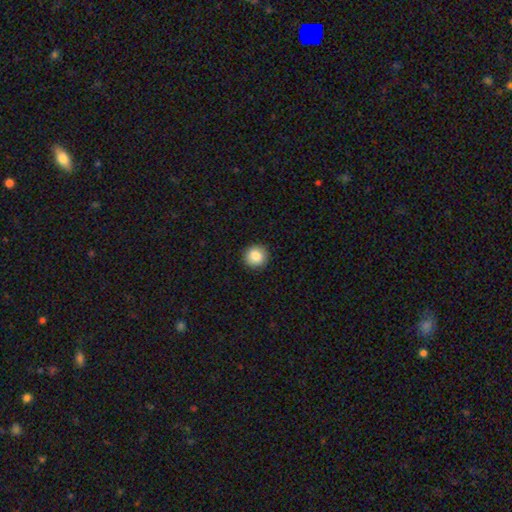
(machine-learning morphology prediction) The model was most divided on "smooth or featured": smooth: 86%, star or artifact: 9%, featured or disk: 6%. More confident: how rounded — round (93%); merging — none (92%).